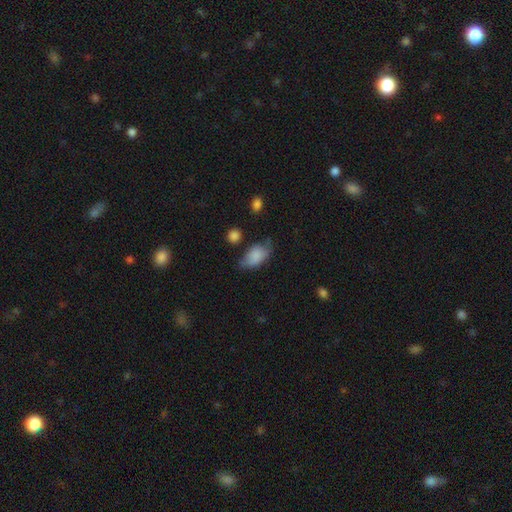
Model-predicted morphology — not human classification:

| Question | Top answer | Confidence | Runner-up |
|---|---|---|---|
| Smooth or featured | smooth | 79% | featured or disk (13%) |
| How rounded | in between | 90% | round (7%) |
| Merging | none | 45% | minor disturbance (36%) |